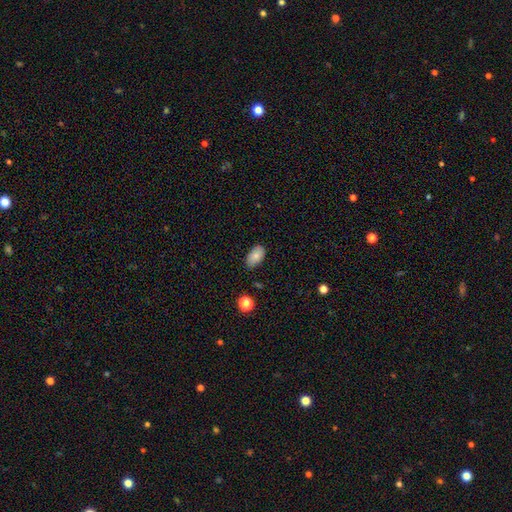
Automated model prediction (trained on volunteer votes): Q: Smooth or featured?
A: smooth (81%); runner-up: featured or disk (11%)
Q: How rounded?
A: in between (93%); runner-up: round (5%)
Q: Merging?
A: none (79%); runner-up: minor disturbance (17%)